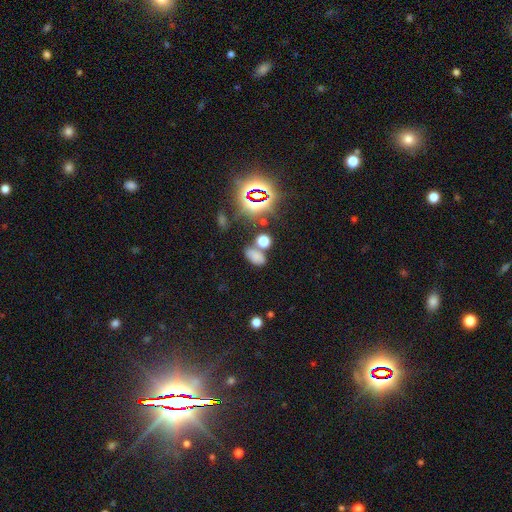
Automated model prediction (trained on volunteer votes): Morphology: type=smooth (64%); roundness=in between (87%); merging=none (61%).